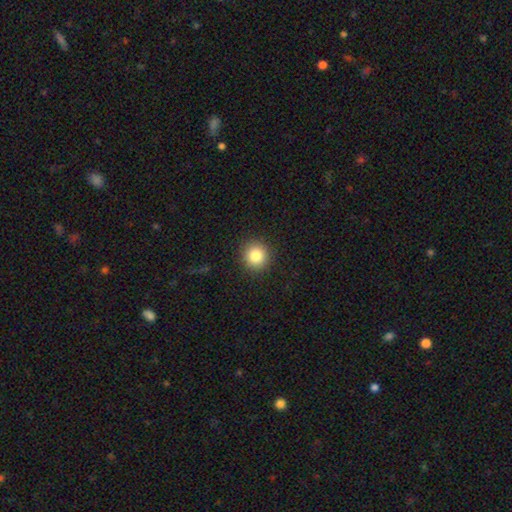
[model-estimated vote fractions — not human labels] smooth 83%, star or artifact 10%, featured or disk 7%. Down the decision tree: how rounded — round (92%); merging — none (91%).